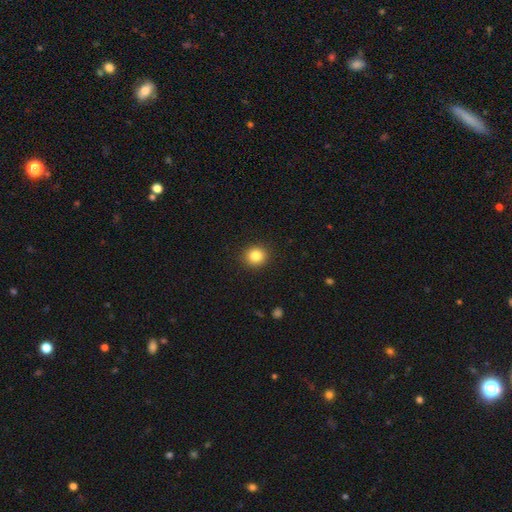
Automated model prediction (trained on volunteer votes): Overall: smooth (84%). How rounded: round (89%). Merging: none (92%).